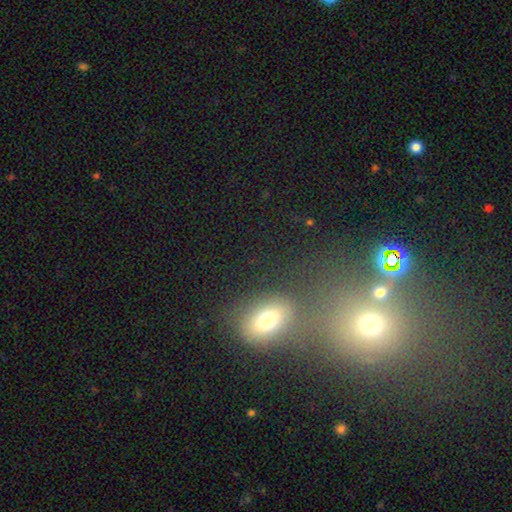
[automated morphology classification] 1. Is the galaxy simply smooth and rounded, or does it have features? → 55% smooth, 30% star or artifact, 15% featured or disk.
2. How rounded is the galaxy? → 62% in between, 33% round, 4% cigar-shaped.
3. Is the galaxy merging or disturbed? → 58% none, 24% merger, 12% minor disturbance, 7% major disturbance.